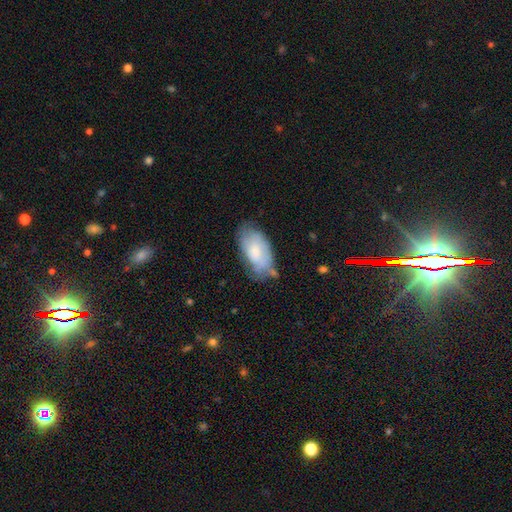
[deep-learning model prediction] A smooth galaxy with no disk features (64%) that is in between round and cigar-shaped (94%).

Vote fractions:
- Smooth or featured? smooth: 64% / featured or disk: 29% / star or artifact: 6%
- How rounded? in between: 94% / round: 3% / cigar-shaped: 3%
- Merging? none: 51% / minor disturbance: 33% / major disturbance: 11% / merger: 5%